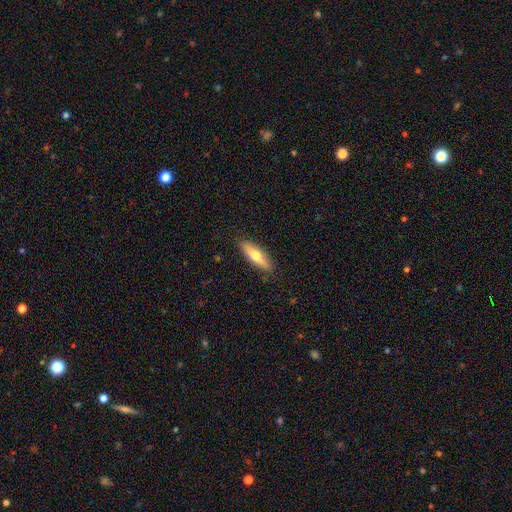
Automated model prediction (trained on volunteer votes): smooth_or_featured: smooth (p=0.61) [alt: featured or disk p=0.33]
how_rounded: cigar-shaped (p=0.64) [alt: in between p=0.34]
merging: none (p=0.88) [alt: minor disturbance p=0.09]